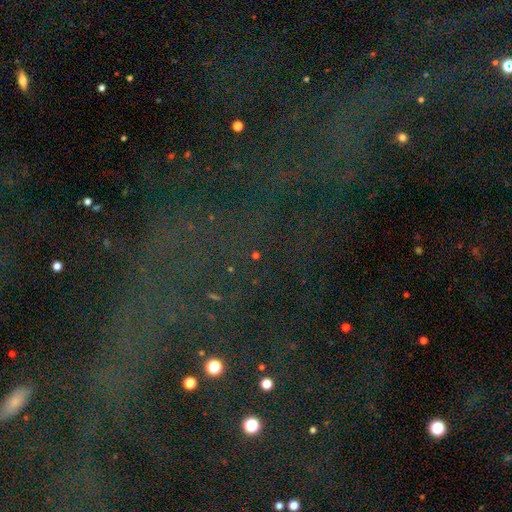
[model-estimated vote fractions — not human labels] Overall: star or artifact (77%).